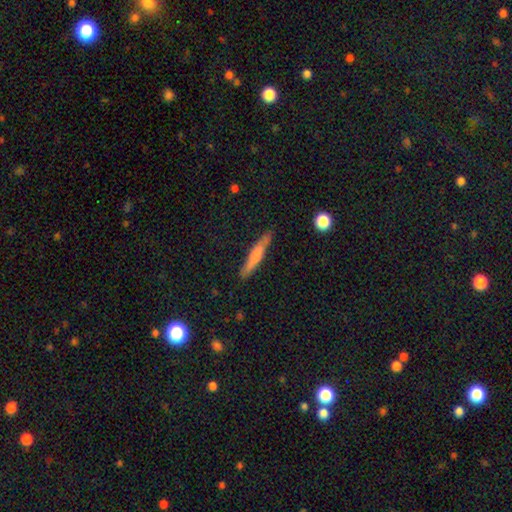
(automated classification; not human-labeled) This is likely a smooth galaxy (61%). How rounded: clearly cigar-shaped (91%). Merging: clearly none (83%).